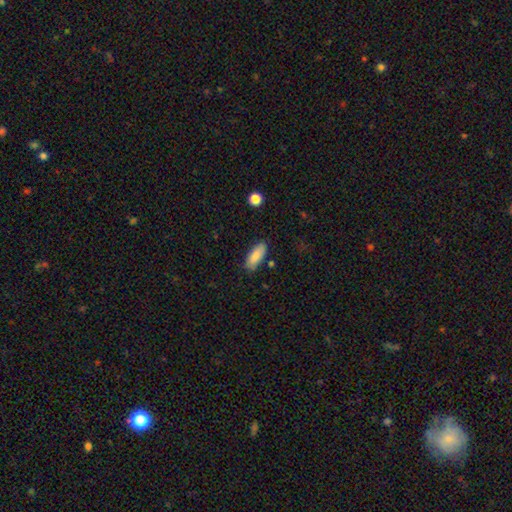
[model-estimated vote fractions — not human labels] Smooth or featured? smooth (86%)
How rounded? in between (75%)
Merging? none (83%)